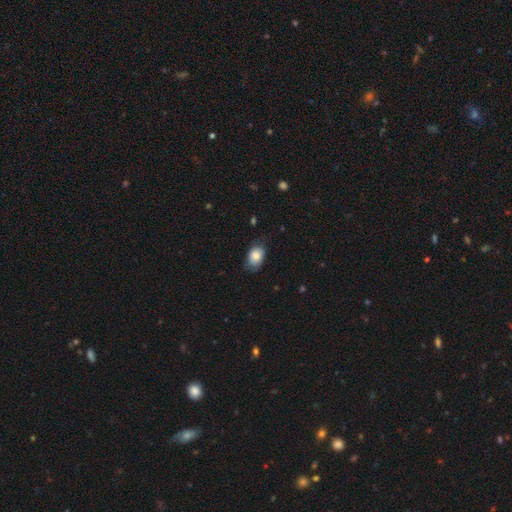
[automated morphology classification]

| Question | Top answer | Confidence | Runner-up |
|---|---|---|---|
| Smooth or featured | smooth | 78% | featured or disk (15%) |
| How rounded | in between | 82% | round (17%) |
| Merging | none | 64% | minor disturbance (28%) |